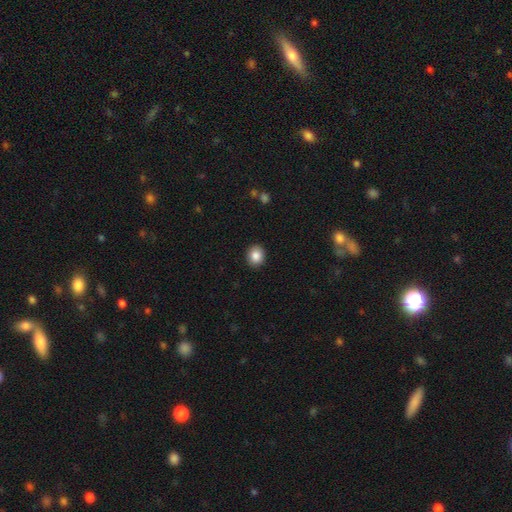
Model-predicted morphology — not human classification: This appears to be a smooth galaxy with no disk features (86%) that is round (68%). Merging: none (91%).